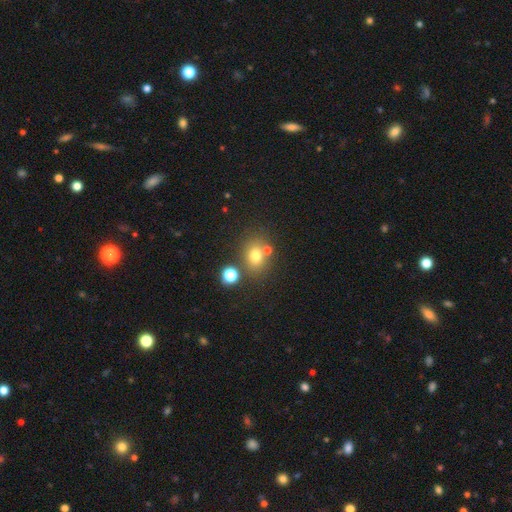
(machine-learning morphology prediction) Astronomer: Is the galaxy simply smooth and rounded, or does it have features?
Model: smooth — 72%.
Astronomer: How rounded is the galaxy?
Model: round — 55% (runner-up: in between, 44%).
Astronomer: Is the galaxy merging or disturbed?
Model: none — 67%.